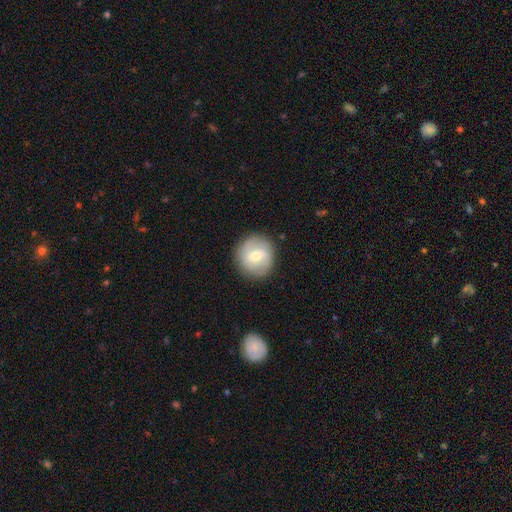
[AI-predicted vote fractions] A featured or disk galaxy (53%) with a weak bar (53%), spiral arms (71%) and a moderate central bulge (59%). Merging: none (86%).